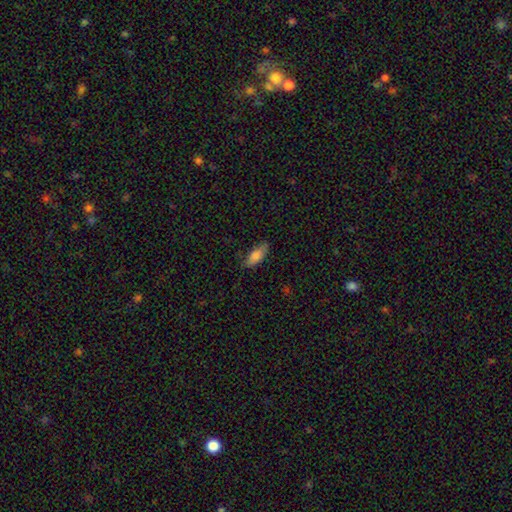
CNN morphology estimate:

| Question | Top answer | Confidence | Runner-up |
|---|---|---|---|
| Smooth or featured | smooth | 82% | featured or disk (11%) |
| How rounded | in between | 78% | cigar-shaped (20%) |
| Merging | none | 75% | minor disturbance (20%) |